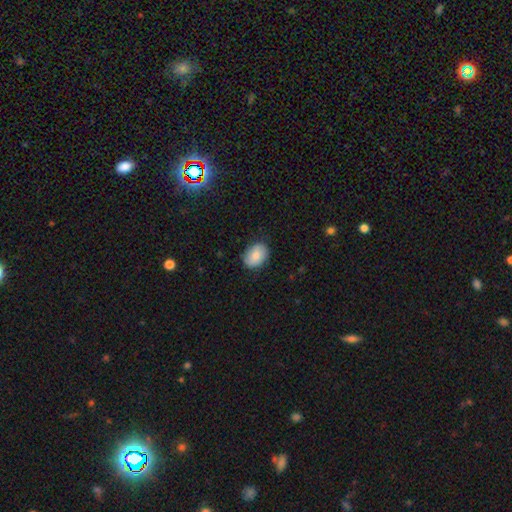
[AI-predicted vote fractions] Morphology: type=smooth (81%); roundness=in between (74%); merging=none (82%).